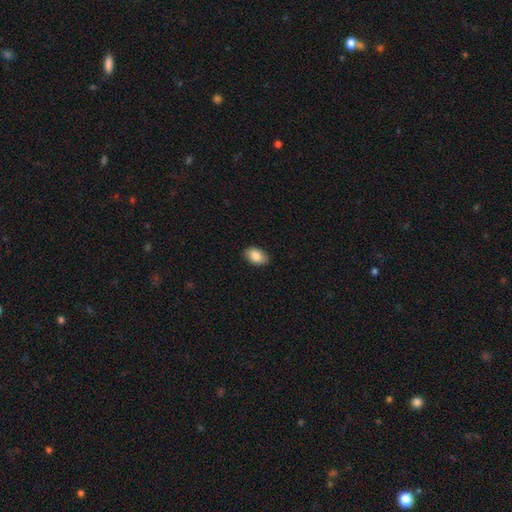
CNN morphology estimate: smooth-or-featured: smooth: 86% | featured or disk: 7% | star or artifact: 7%
  how-rounded: in between: 91% | round: 8% | cigar-shaped: 1%
  merging: none: 89% | minor disturbance: 8% | major disturbance: 2% | merger: 1%